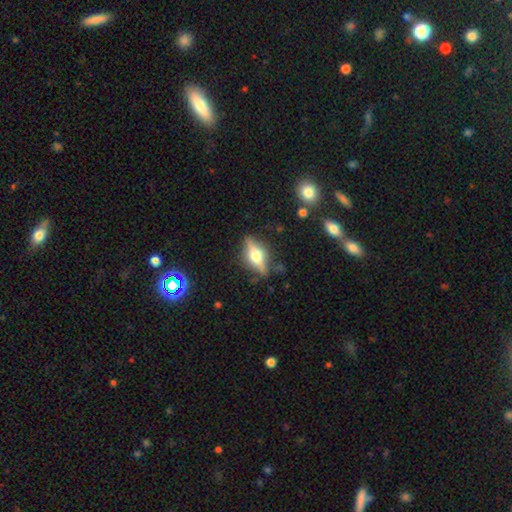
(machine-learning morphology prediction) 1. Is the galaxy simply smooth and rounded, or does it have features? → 70% featured or disk, 22% smooth, 8% star or artifact.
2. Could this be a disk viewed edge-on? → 93% yes, 7% no.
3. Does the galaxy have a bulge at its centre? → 95% rounded, 4% boxy, 1% none.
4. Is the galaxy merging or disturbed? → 83% none, 11% minor disturbance, 4% major disturbance, 2% merger.